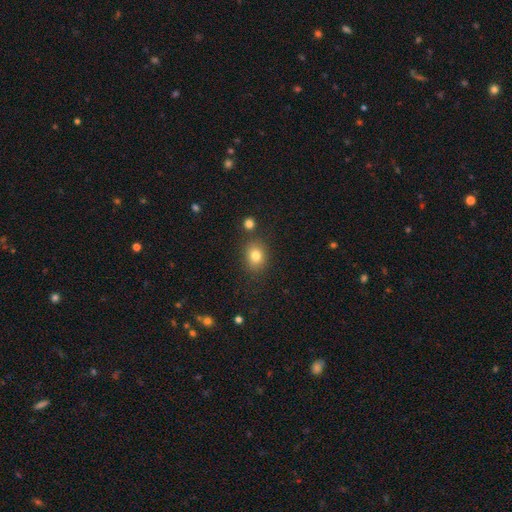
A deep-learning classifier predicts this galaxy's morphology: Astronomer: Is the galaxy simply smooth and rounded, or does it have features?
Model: smooth — 80%.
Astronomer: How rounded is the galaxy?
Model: round — 56% (runner-up: in between, 43%).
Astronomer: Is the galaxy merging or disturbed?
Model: none — 80%.